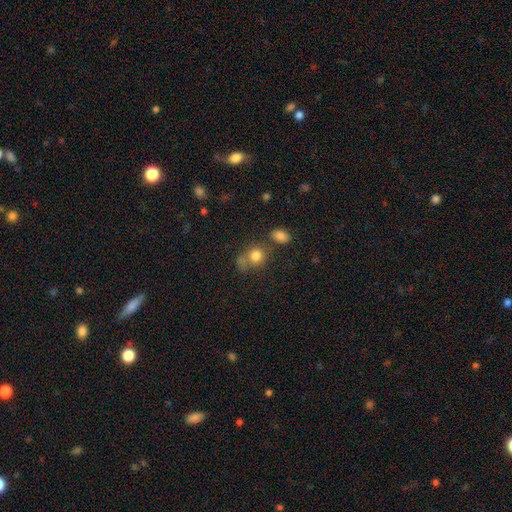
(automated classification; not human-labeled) Overall: smooth (79%). How rounded: round (74%). Merging: none (51%; merger 26%).